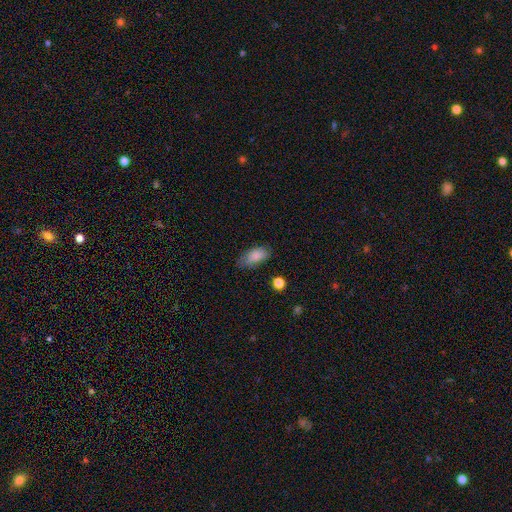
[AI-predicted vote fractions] Q: Smooth or featured?
A: smooth (84%); runner-up: featured or disk (9%)
Q: How rounded?
A: in between (90%); runner-up: cigar-shaped (6%)
Q: Merging?
A: none (68%); runner-up: minor disturbance (24%)